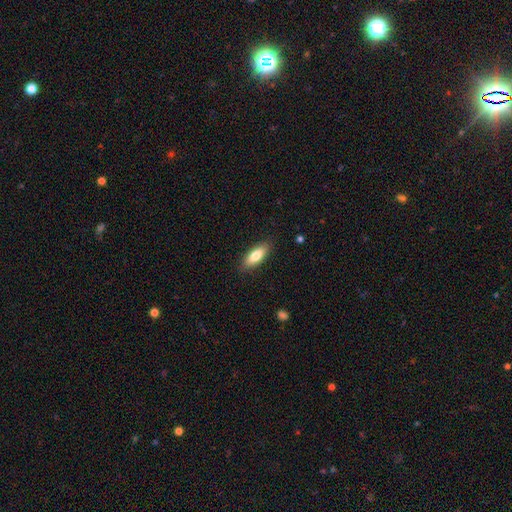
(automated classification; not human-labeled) Smooth or featured? smooth (78%)
How rounded? in between (67%)
Merging? none (87%)